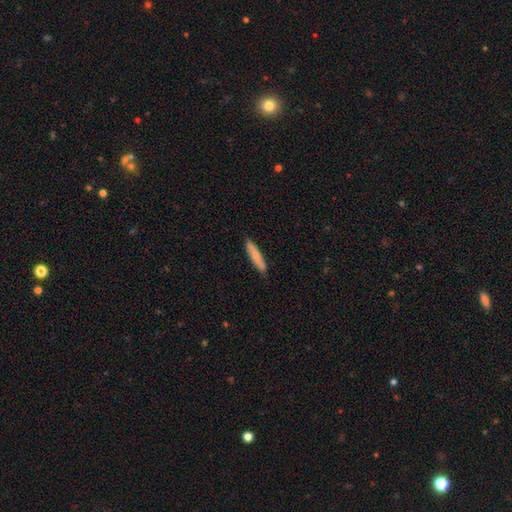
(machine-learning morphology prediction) The model was most divided on "smooth or featured": smooth: 78%, featured or disk: 16%, star or artifact: 5%. More confident: how rounded — cigar-shaped (86%); merging — none (86%).